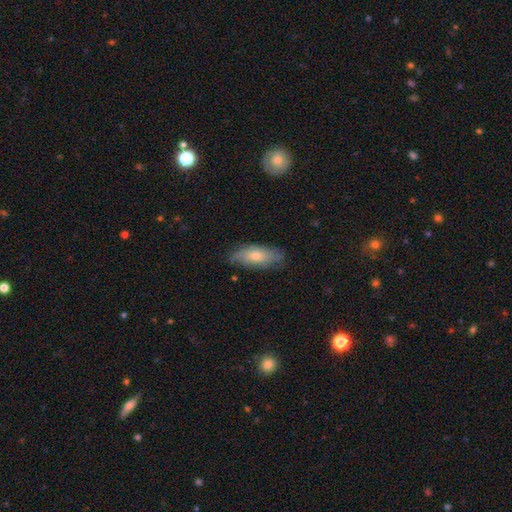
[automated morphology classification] Smooth or featured? smooth (56%)
How rounded? in between (72%)
Merging? none (76%)